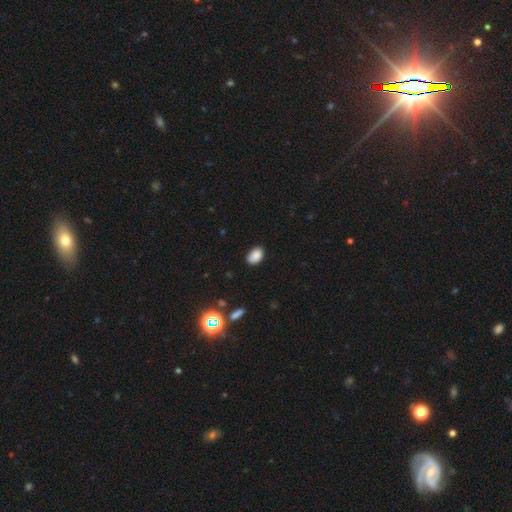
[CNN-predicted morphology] Smooth or featured? smooth (86%)
How rounded? in between (88%)
Merging? none (83%)